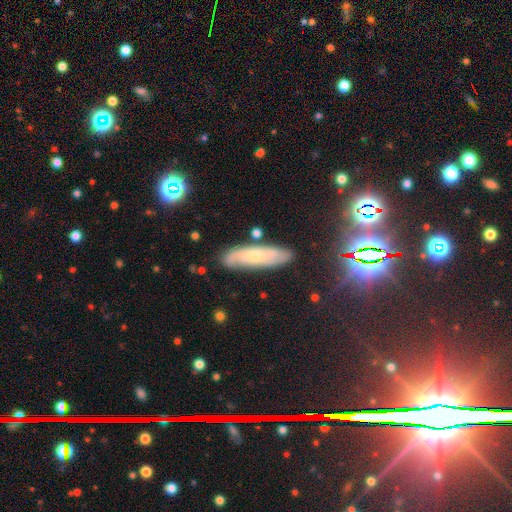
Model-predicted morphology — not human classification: Smooth or featured: featured or disk — 48% (smooth — 41%)
Merging: none — 79% (minor disturbance — 14%)